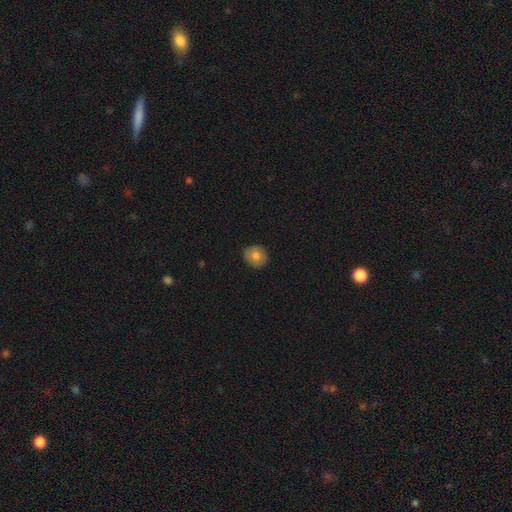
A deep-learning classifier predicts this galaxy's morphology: Smooth or featured: smooth — 75% (featured or disk — 17%)
How rounded: round — 85% (in between — 14%)
Merging: none — 88% (minor disturbance — 9%)